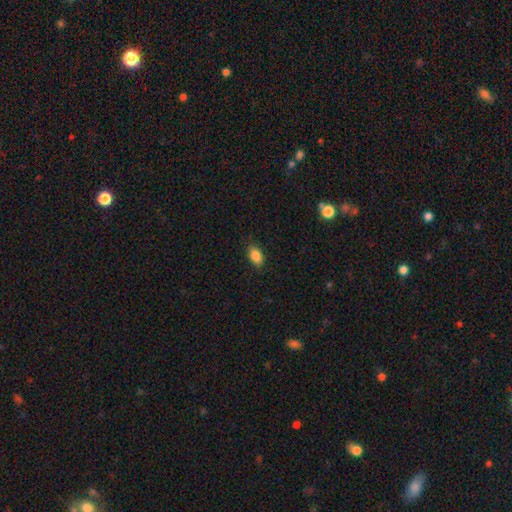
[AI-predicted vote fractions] smooth_or_featured: smooth (p=0.87) [alt: star or artifact p=0.08]
how_rounded: in between (p=0.90) [alt: round p=0.07]
merging: none (p=0.85) [alt: minor disturbance p=0.11]